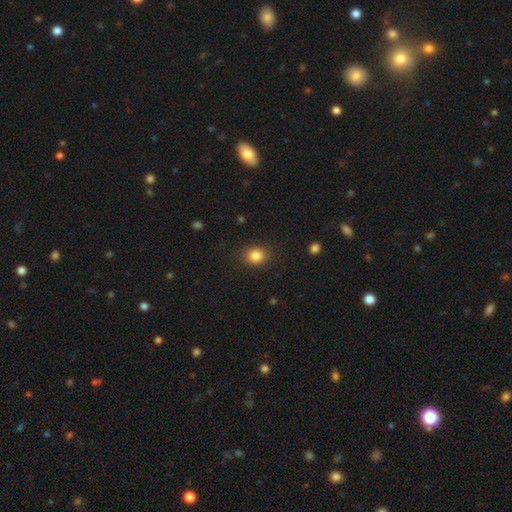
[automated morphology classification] A smooth galaxy with no disk features (84%) that is round (69%). Merging: none (87%).